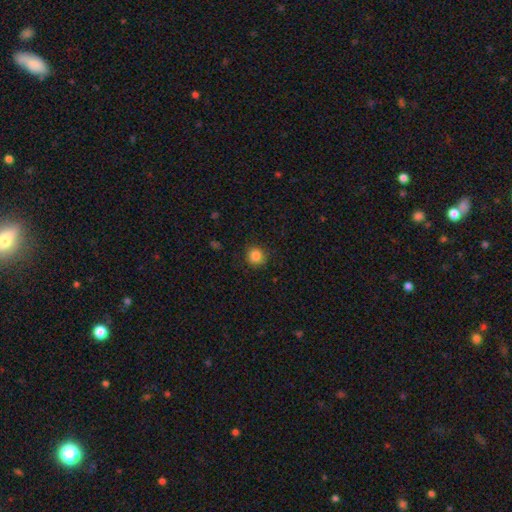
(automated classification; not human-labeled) Smooth or featured? smooth (85%)
How rounded? round (92%)
Merging? none (87%)